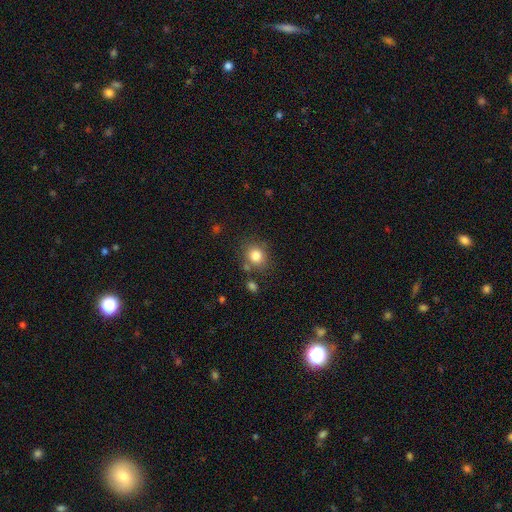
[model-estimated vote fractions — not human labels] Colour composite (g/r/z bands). It shows a smooth galaxy with no disk features (82%) that is round (72%). Merging: none (74%).